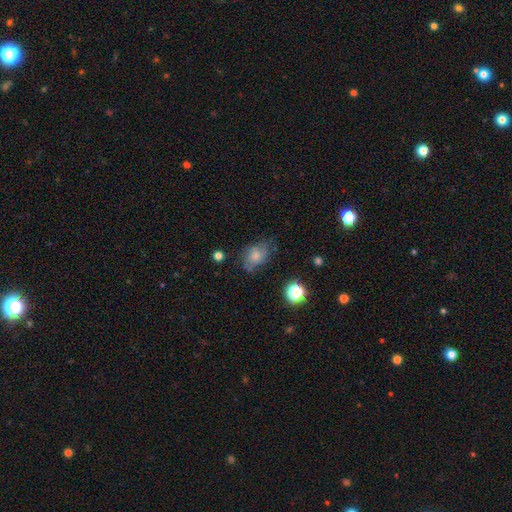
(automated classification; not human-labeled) Morphology: type=smooth (66%); roundness=in between (76%); merging=none (55%).